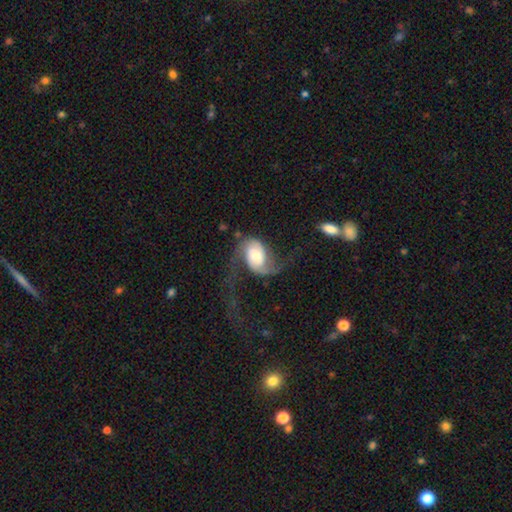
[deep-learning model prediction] Q: Smooth or featured?
A: featured or disk (71%); runner-up: smooth (23%)
Q: Edge-on disk?
A: no (97%); runner-up: yes (3%)
Q: Bar?
A: no (56%); runner-up: weak (33%)
Q: Spiral arms?
A: yes (91%); runner-up: no (9%)
Q: Spiral winding?
A: loose (65%); runner-up: medium (26%)
Q: Spiral arm count?
A: 2 (80%); runner-up: 1 (12%)
Q: Bulge size?
A: moderate (50%); runner-up: large (25%)
Q: Merging?
A: major disturbance (47%); runner-up: none (32%)